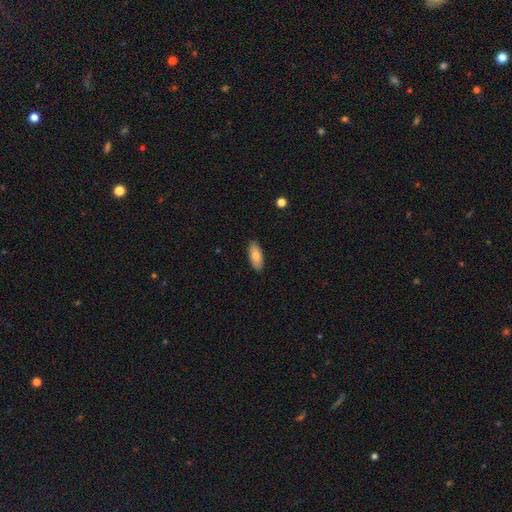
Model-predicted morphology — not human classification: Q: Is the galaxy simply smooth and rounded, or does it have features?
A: smooth — 79%.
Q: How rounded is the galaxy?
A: in between — 85%.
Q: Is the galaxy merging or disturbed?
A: none — 88%.